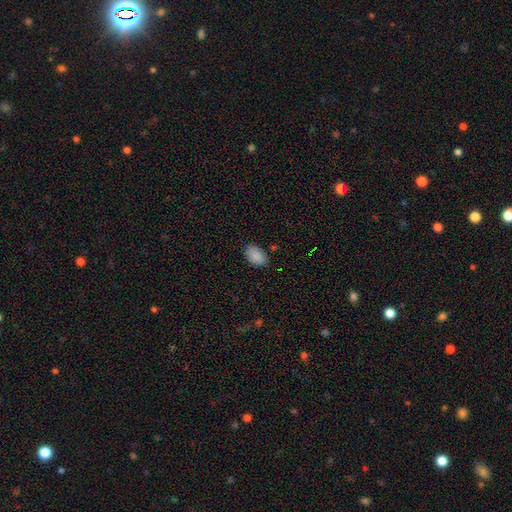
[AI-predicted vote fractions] Smooth or featured? smooth (88%)
How rounded? in between (88%)
Merging? none (81%)